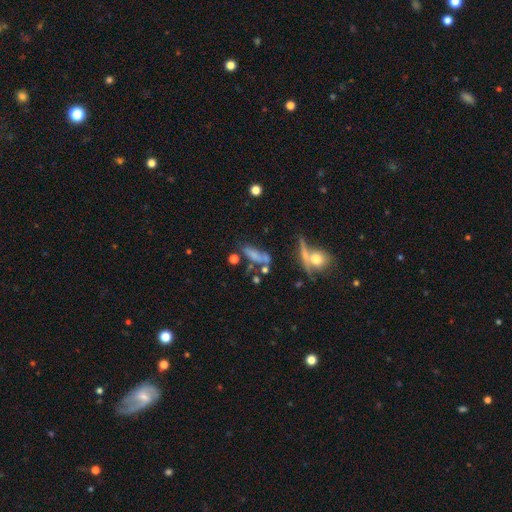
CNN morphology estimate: A smooth galaxy with no disk features (58%) that is cigar-shaped (50%). Merging: none (38%).